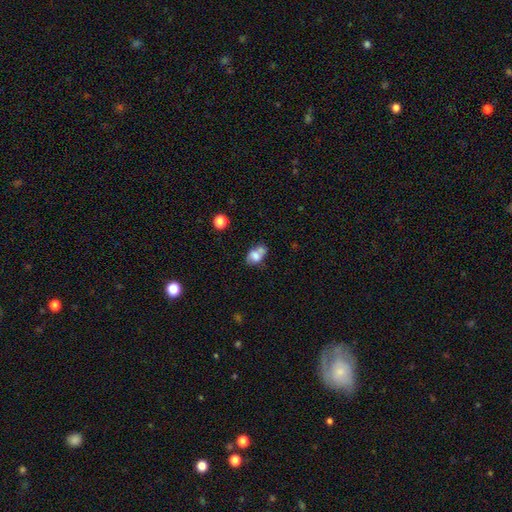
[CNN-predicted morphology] smooth 67%, featured or disk 23%, star or artifact 10%. Down the decision tree: how rounded — in between (74%); merging — merger (36%, tied with none).